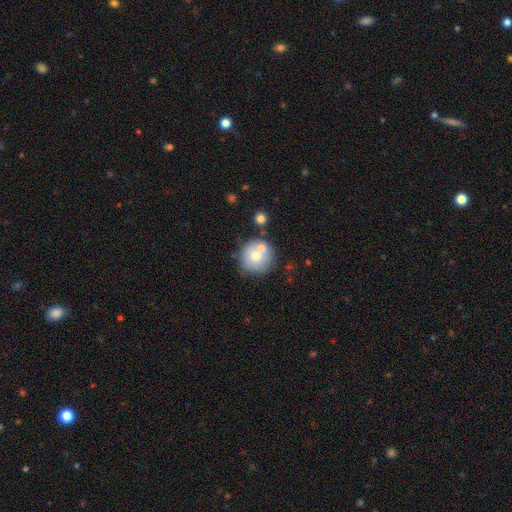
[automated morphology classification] Smooth or featured: smooth — 68% (featured or disk — 23%)
How rounded: round — 93% (in between — 6%)
Merging: none — 62% (merger — 23%)